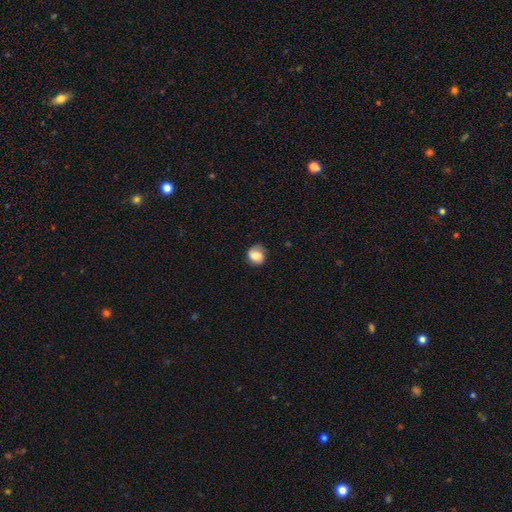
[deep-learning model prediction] Smooth or featured? smooth (69%)
How rounded? round (79%)
Merging? none (74%)